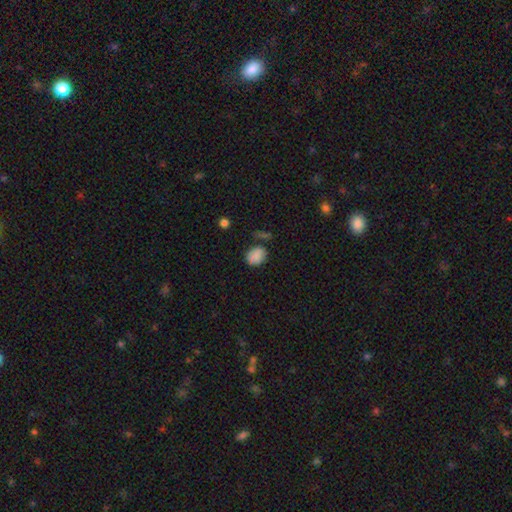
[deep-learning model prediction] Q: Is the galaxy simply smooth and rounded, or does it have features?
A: smooth — 82%.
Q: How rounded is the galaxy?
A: in between — 55%.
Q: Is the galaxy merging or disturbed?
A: none — 61%.